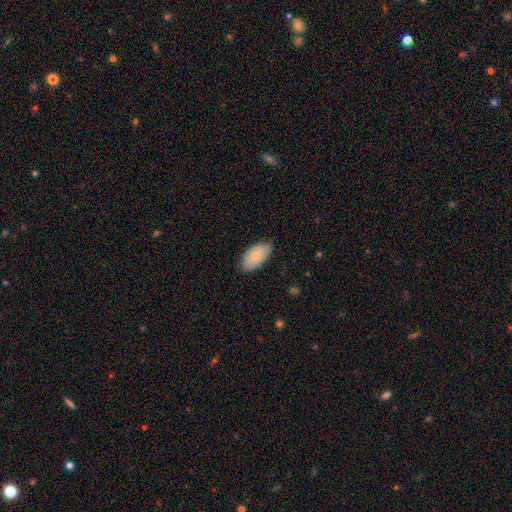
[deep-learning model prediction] Overall: smooth (72%). How rounded: in between (94%). Merging: none (67%; minor disturbance 28%).